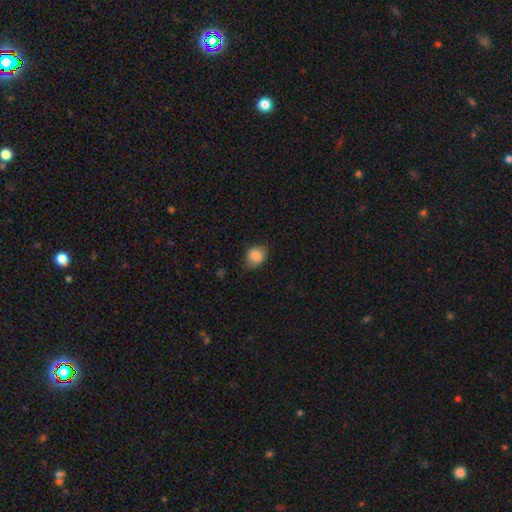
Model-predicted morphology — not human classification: smooth-or-featured: smooth: 86% | star or artifact: 8% | featured or disk: 6%
  how-rounded: in between: 56% | round: 43% | cigar-shaped: 1%
  merging: none: 76% | minor disturbance: 19% | major disturbance: 4% | merger: 1%